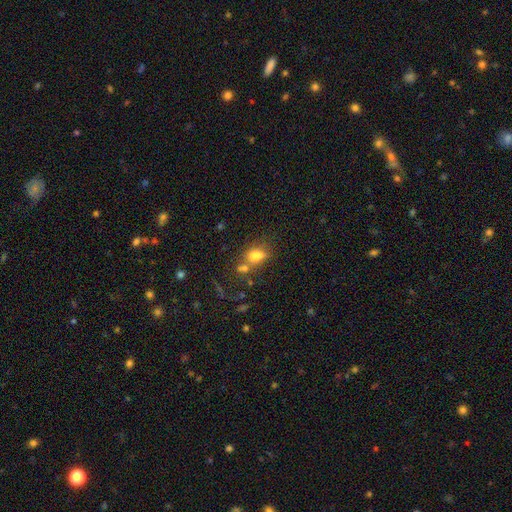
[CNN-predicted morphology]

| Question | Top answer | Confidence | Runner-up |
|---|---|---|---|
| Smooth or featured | smooth | 69% | star or artifact (16%) |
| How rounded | in between | 65% | round (31%) |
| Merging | merger | 39% | none (38%) |